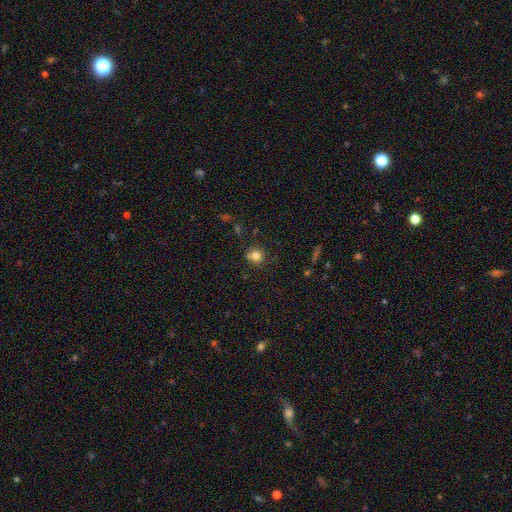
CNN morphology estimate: This appears to be a smooth galaxy with no disk features (79%) that is round (90%). Merging: none (72%).